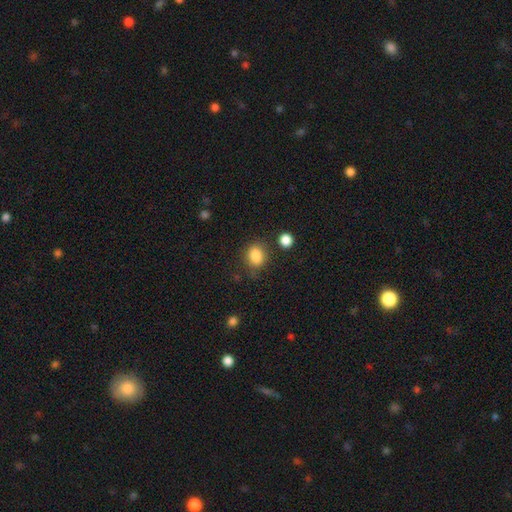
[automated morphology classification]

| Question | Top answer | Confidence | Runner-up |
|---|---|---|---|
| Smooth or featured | smooth | 85% | star or artifact (10%) |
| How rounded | in between | 55% | round (44%) |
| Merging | none | 72% | minor disturbance (18%) |